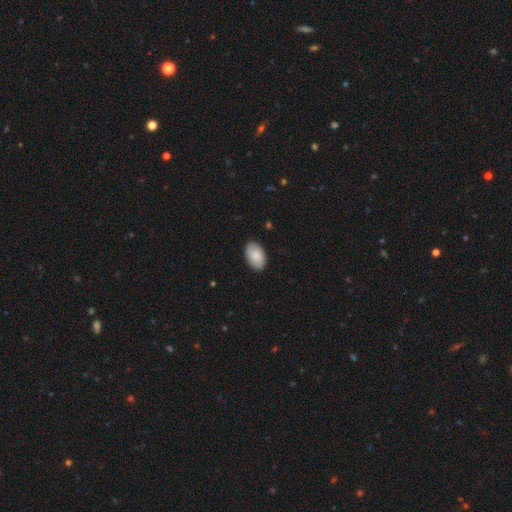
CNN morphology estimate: Smooth or featured?
  - smooth: 82% *
  - featured or disk: 12%
  - star or artifact: 6%
How rounded?
  - in between: 93% *
  - round: 6%
  - cigar-shaped: 1%
Merging?
  - none: 87% *
  - minor disturbance: 10%
  - major disturbance: 2%
  - merger: 1%